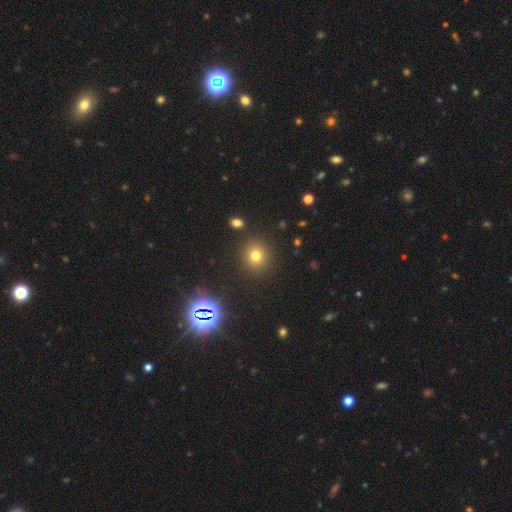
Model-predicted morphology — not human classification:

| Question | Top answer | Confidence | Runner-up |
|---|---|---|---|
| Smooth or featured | smooth | 73% | star or artifact (19%) |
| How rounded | round | 87% | in between (12%) |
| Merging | none | 88% | minor disturbance (7%) |